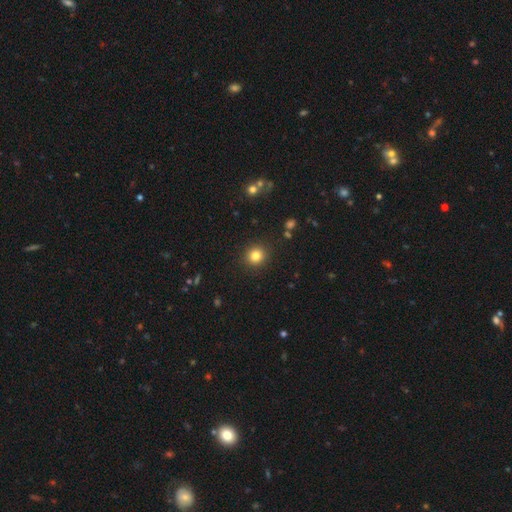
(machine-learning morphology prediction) This is clearly a smooth galaxy (82%). How rounded: clearly round (90%). Merging: clearly none (90%).